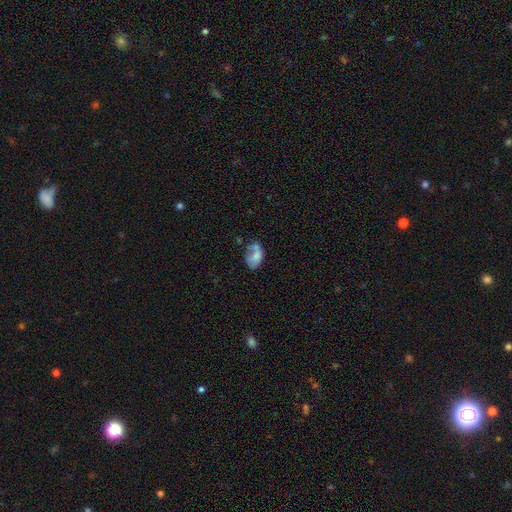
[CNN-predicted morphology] Overall: smooth (62%; featured or disk 29%). How rounded: in between (85%). Merging: none (32%; merger 25%).